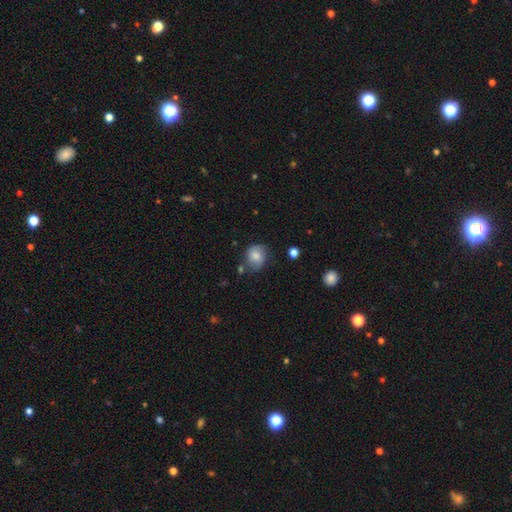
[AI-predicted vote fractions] Smooth or featured?
  - smooth: 72% *
  - featured or disk: 19%
  - star or artifact: 9%
How rounded?
  - round: 72% *
  - in between: 27%
  - cigar-shaped: 1%
Merging?
  - none: 64% *
  - minor disturbance: 24%
  - major disturbance: 6%
  - merger: 5%